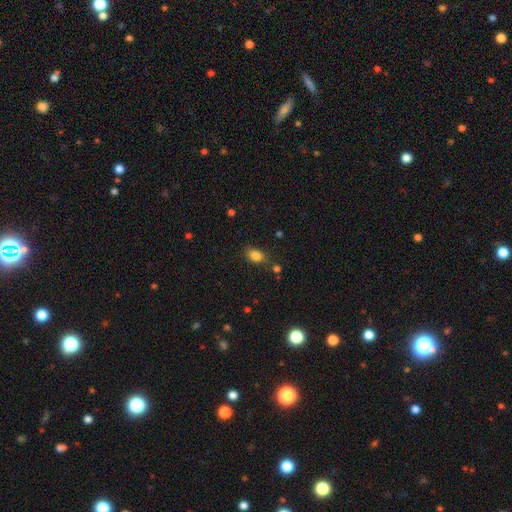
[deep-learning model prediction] Smooth or featured: smooth — 83% (star or artifact — 11%)
How rounded: in between — 77% (round — 21%)
Merging: none — 76% (minor disturbance — 15%)